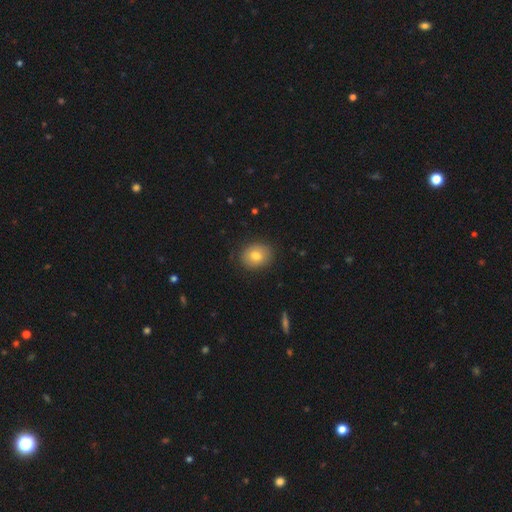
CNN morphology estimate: A smooth galaxy with no disk features (78%) that is round (52%).

Vote fractions:
- Smooth or featured? smooth: 78% / featured or disk: 13% / star or artifact: 9%
- How rounded? round: 52% / in between: 47% / cigar-shaped: 1%
- Merging? none: 86% / minor disturbance: 10% / major disturbance: 3% / merger: 1%